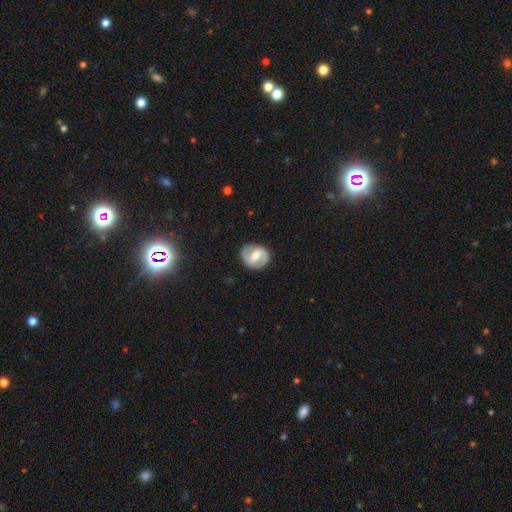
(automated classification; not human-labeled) This is clearly a featured or disk galaxy (82%). It is clearly not viewed edge-on (98%). Bar: marginally weak (44%). Spiral arm pattern: clearly yes (93%). Spiral arm count: clearly 2 (92%). Spiral winding: possibly medium (51%). Central bulge: possibly moderate (60%). Merging: clearly none (87%).